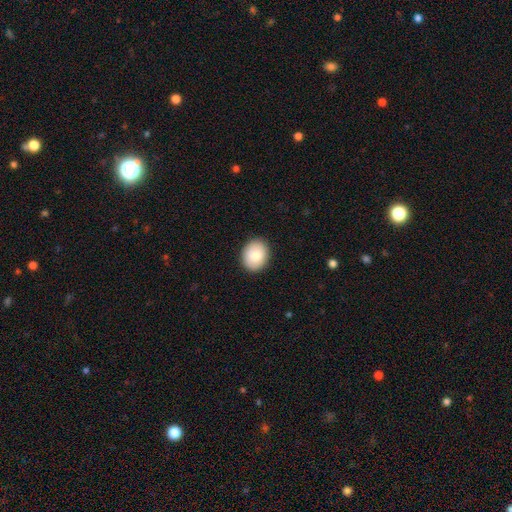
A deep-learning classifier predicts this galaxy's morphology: A smooth galaxy with no disk features (81%) that is round (52%).

Vote fractions:
- Smooth or featured? smooth: 81% / featured or disk: 11% / star or artifact: 7%
- How rounded? round: 52% / in between: 47% / cigar-shaped: 1%
- Merging? none: 90% / minor disturbance: 8% / major disturbance: 2% / merger: 1%